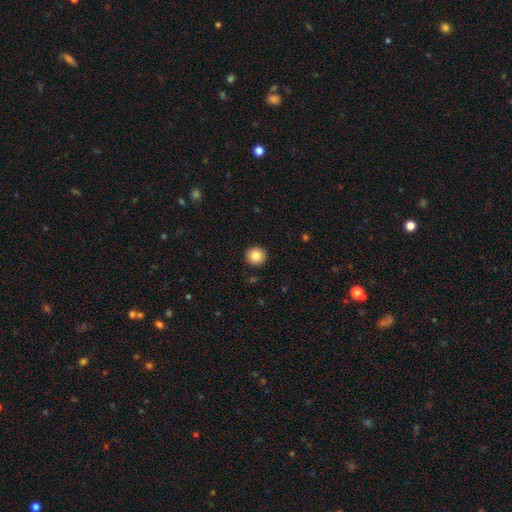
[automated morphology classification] Smooth or featured? smooth (84%)
How rounded? round (94%)
Merging? none (93%)